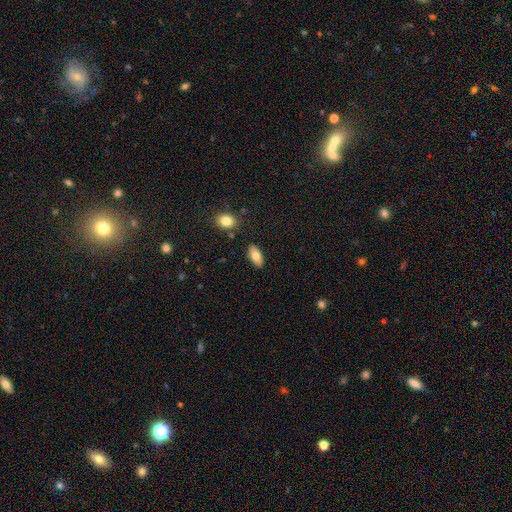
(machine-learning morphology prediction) A smooth galaxy with no disk features (77%) that is in between round and cigar-shaped (91%).

Vote fractions:
- Smooth or featured? smooth: 77% / featured or disk: 17% / star or artifact: 7%
- How rounded? in between: 91% / cigar-shaped: 6% / round: 3%
- Merging? none: 85% / minor disturbance: 10% / merger: 2% / major disturbance: 2%